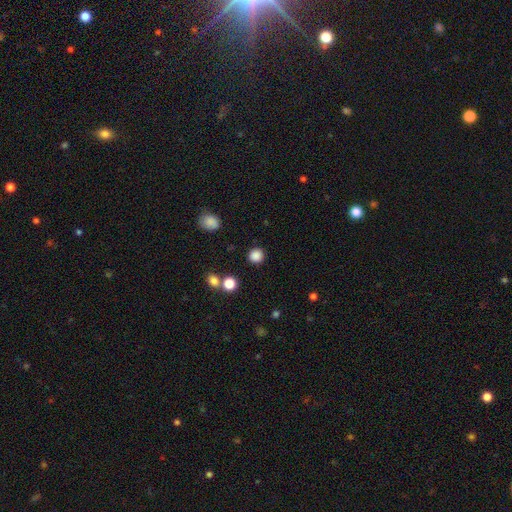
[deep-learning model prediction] Overall: smooth (84%). How rounded: round (91%). Merging: none (87%).